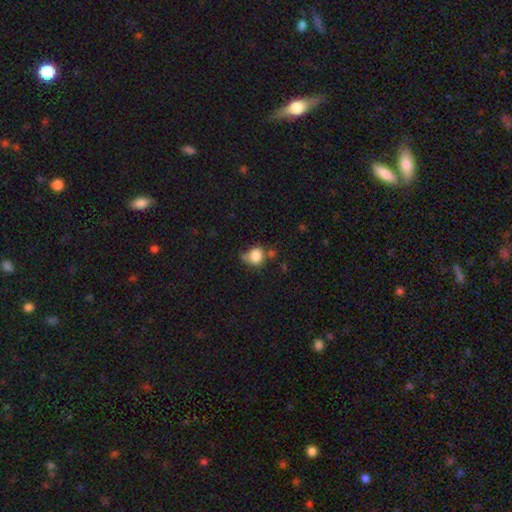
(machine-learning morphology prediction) Smooth or featured? Predicted: smooth (p=0.82). How rounded? Predicted: round (p=0.78). Merging? Predicted: none (p=0.49).